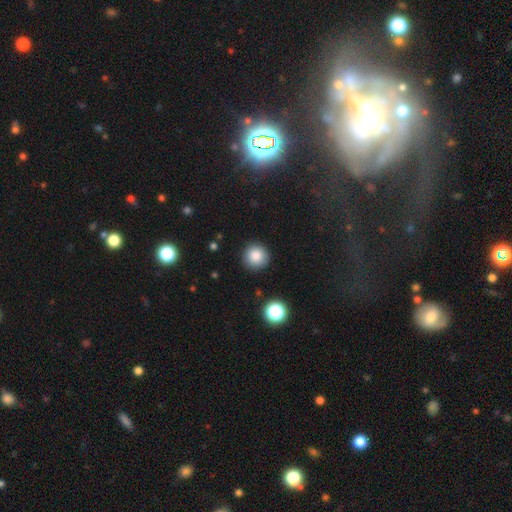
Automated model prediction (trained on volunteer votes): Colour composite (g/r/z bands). It shows a smooth galaxy with no disk features (85%) that is round (94%). Merging: none (89%).